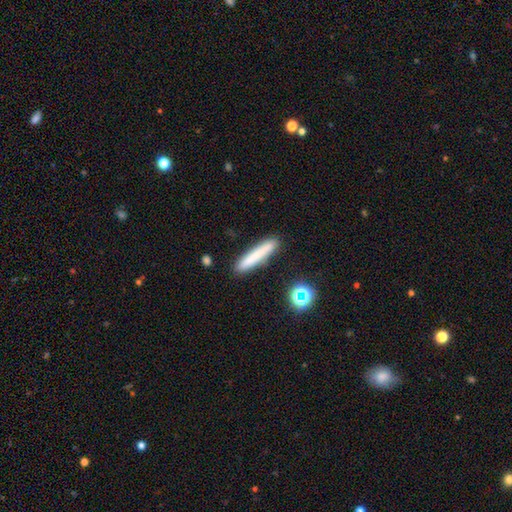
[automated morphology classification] The model was most divided on "smooth or featured": smooth: 75%, featured or disk: 16%, star or artifact: 9%. More confident: how rounded — cigar-shaped (93%); merging — none (89%).